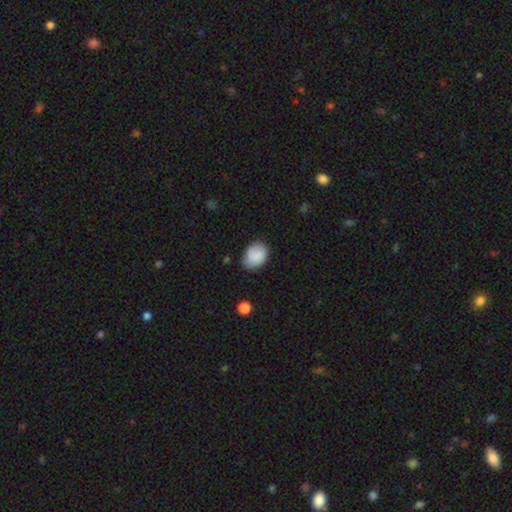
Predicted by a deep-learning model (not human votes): Smooth or featured? smooth (82%)
How rounded? in between (67%)
Merging? none (66%)